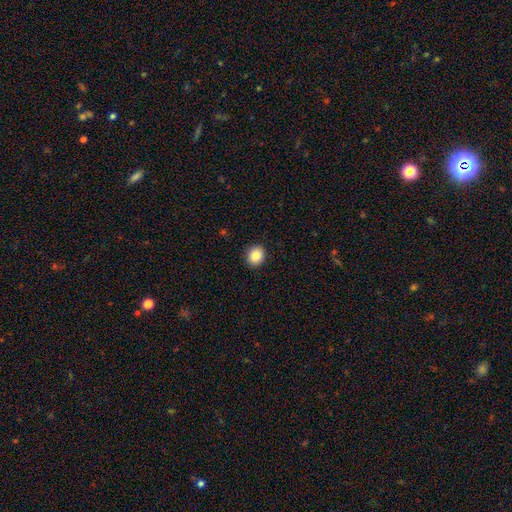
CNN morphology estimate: smooth-or-featured: smooth: 85% | star or artifact: 9% | featured or disk: 6%
  how-rounded: round: 76% | in between: 23% | cigar-shaped: 1%
  merging: none: 91% | minor disturbance: 6% | major disturbance: 2% | merger: 1%